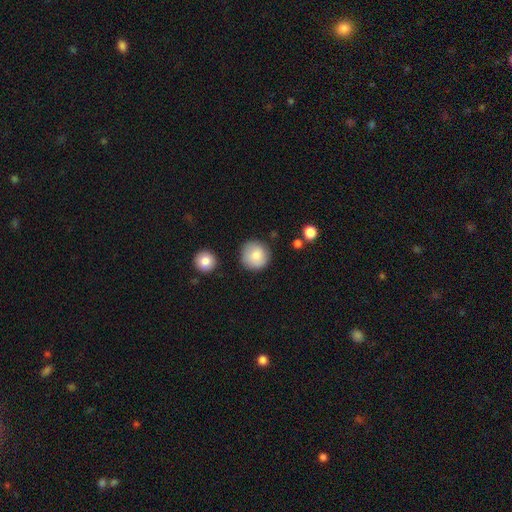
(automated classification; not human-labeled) This appears to be a smooth galaxy with no disk features (85%) that is round (95%). Merging: none (85%).